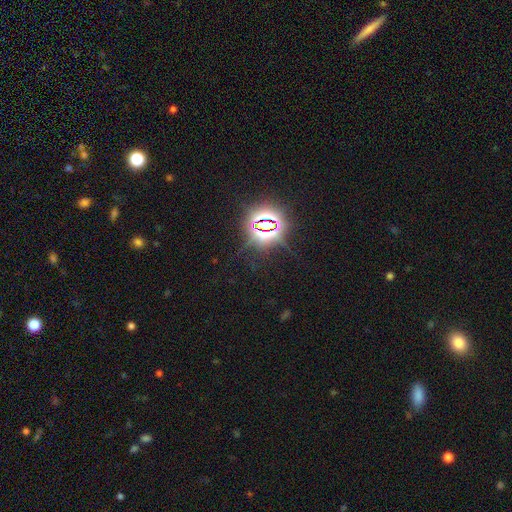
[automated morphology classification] Smooth or featured? Predicted: star or artifact (p=0.80).